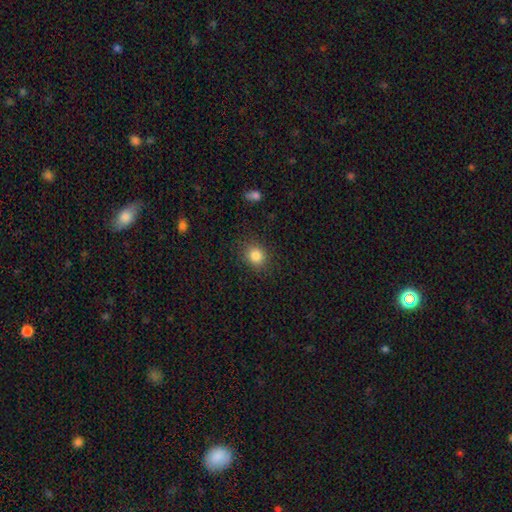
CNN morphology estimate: A smooth galaxy with no disk features (84%) that is round (77%).

Vote fractions:
- Smooth or featured? smooth: 84% / star or artifact: 11% / featured or disk: 5%
- How rounded? round: 77% / in between: 22% / cigar-shaped: 1%
- Merging? none: 88% / minor disturbance: 8% / major disturbance: 3% / merger: 1%